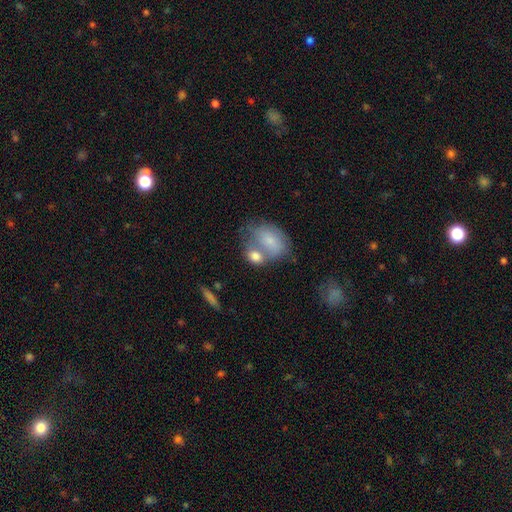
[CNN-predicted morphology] type=smooth (60%); roundness=in between (69%); merging=none (43%).